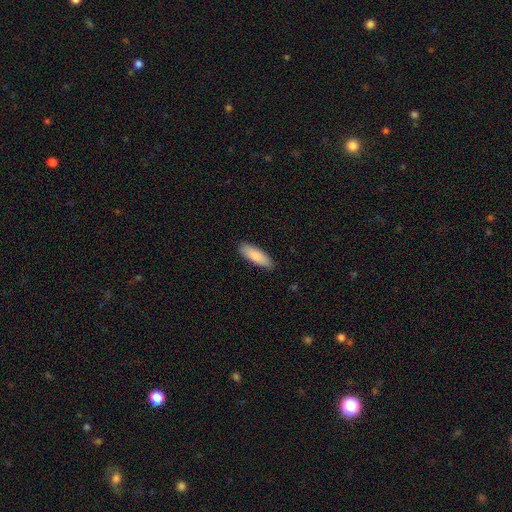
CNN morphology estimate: A smooth galaxy with no disk features (87%) that is in between round and cigar-shaped (57%).

Vote fractions:
- Smooth or featured? smooth: 87% / featured or disk: 8% / star or artifact: 5%
- How rounded? in between: 57% / cigar-shaped: 42% / round: 1%
- Merging? none: 88% / minor disturbance: 10% / major disturbance: 2% / merger: 1%